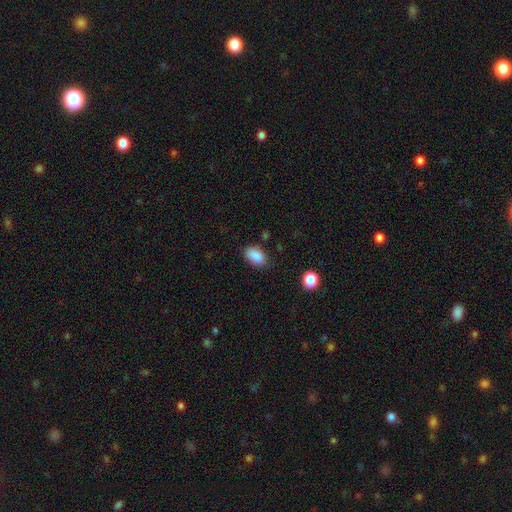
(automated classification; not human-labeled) Morphology: type=smooth (88%); roundness=in between (90%); merging=none (78%).